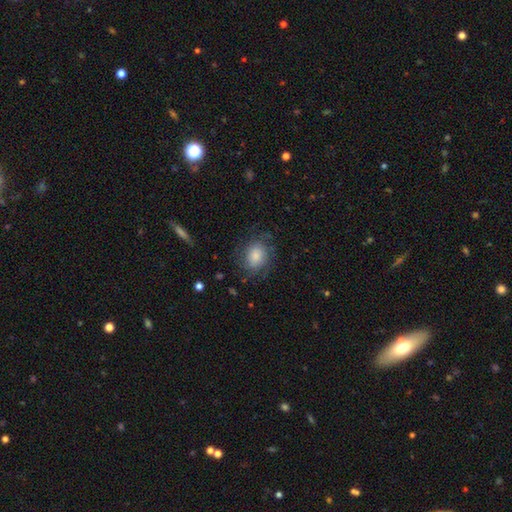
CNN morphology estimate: type=smooth (66%); roundness=in between (52%); merging=none (66%).